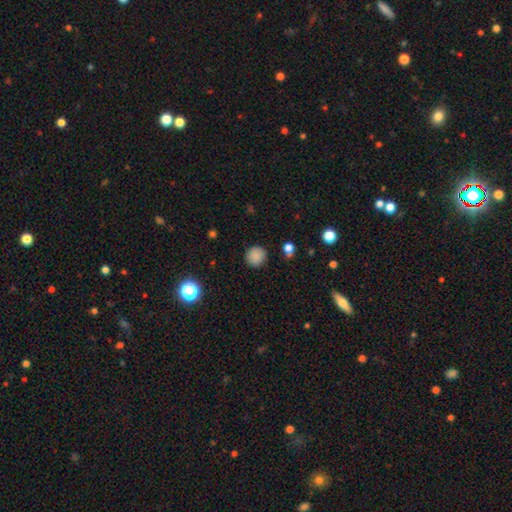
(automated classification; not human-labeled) The model was most divided on "smooth or featured": smooth: 85%, star or artifact: 11%, featured or disk: 4%. More confident: how rounded — round (93%); merging — none (86%).